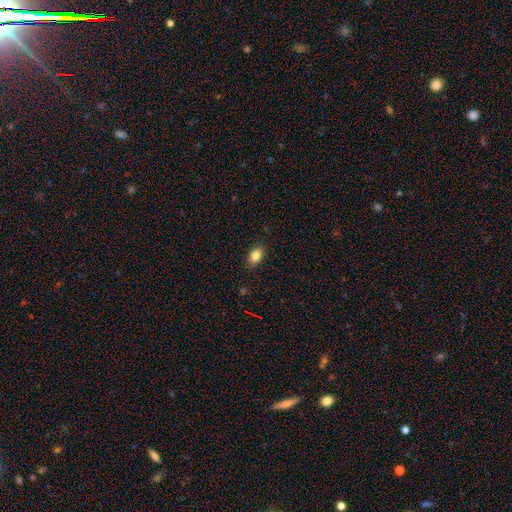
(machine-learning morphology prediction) Q: Smooth or featured?
A: smooth (83%); runner-up: star or artifact (9%)
Q: How rounded?
A: in between (84%); runner-up: round (15%)
Q: Merging?
A: none (88%); runner-up: minor disturbance (9%)